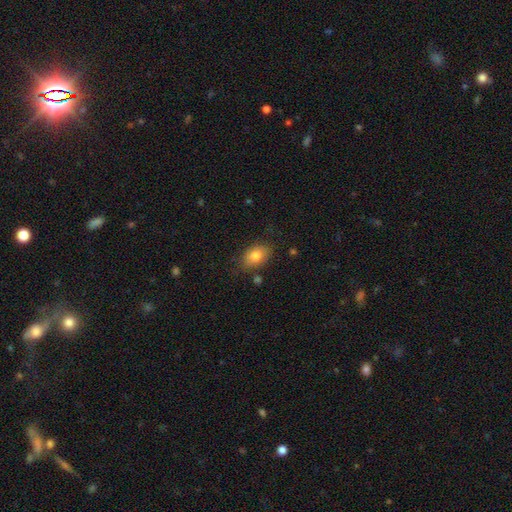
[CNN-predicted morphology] A smooth galaxy with no disk features (81%) that is in between round and cigar-shaped (82%). Merging: none (78%).